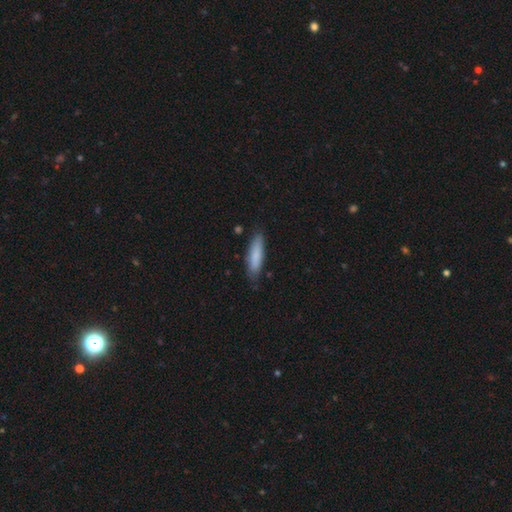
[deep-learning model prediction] This is clearly a smooth galaxy (83%). How rounded: likely cigar-shaped (69%). Merging: likely none (80%).